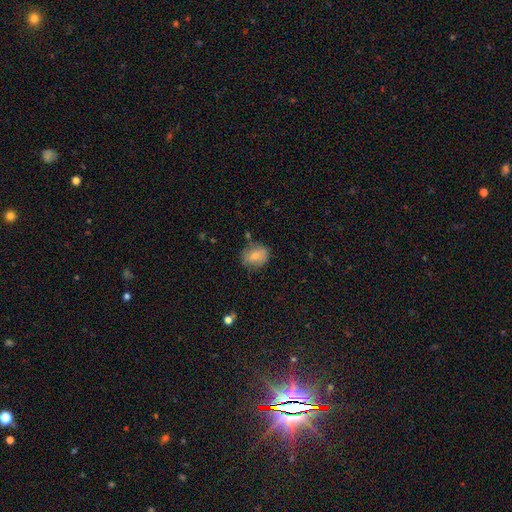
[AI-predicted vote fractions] This appears to be a smooth galaxy with no disk features (77%) that is round (56%). Merging: none (69%).